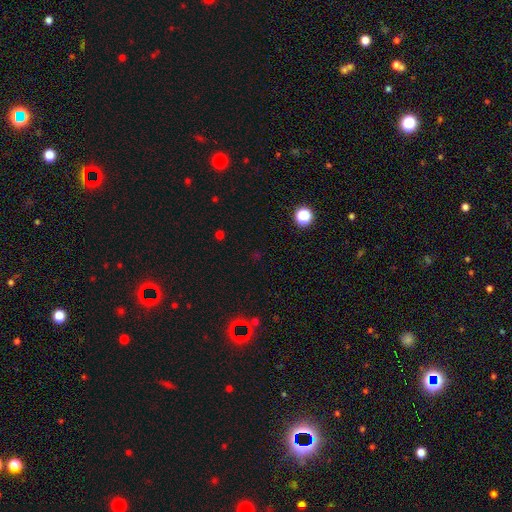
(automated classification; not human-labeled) Smooth or featured? star or artifact (63%)